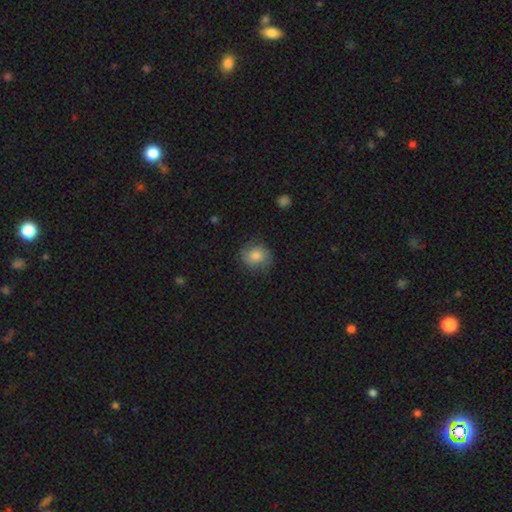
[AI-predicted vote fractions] smooth-or-featured: smooth: 76% | featured or disk: 15% | star or artifact: 9%
  how-rounded: round: 73% | in between: 26% | cigar-shaped: 1%
  merging: none: 74% | minor disturbance: 19% | major disturbance: 6% | merger: 1%